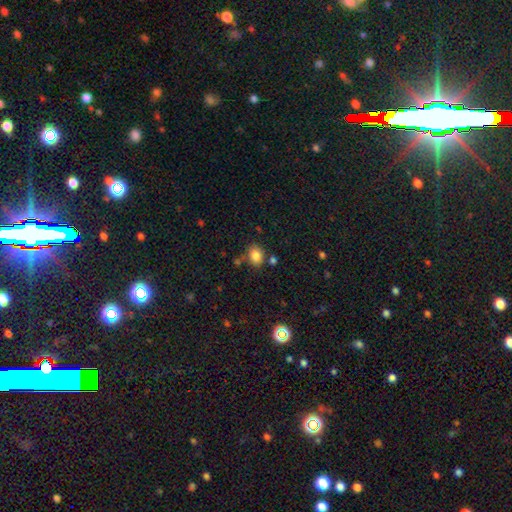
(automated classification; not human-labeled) Smooth or featured? Predicted: smooth (p=0.83). How rounded? Predicted: round (p=0.54). Merging? Predicted: none (p=0.75).